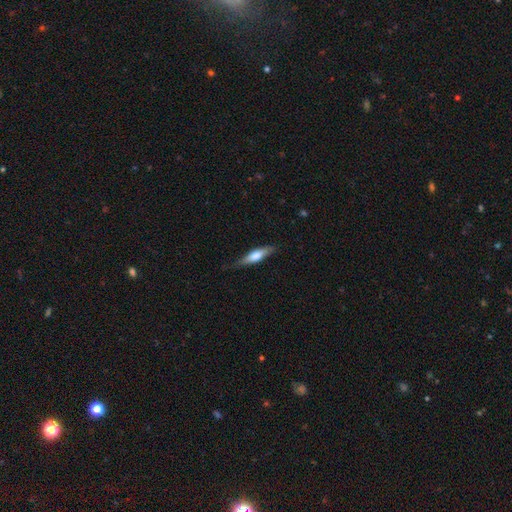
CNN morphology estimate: Smooth or featured: smooth — 53% (featured or disk — 42%)
How rounded: cigar-shaped — 71% (in between — 27%)
Merging: none — 76% (minor disturbance — 19%)